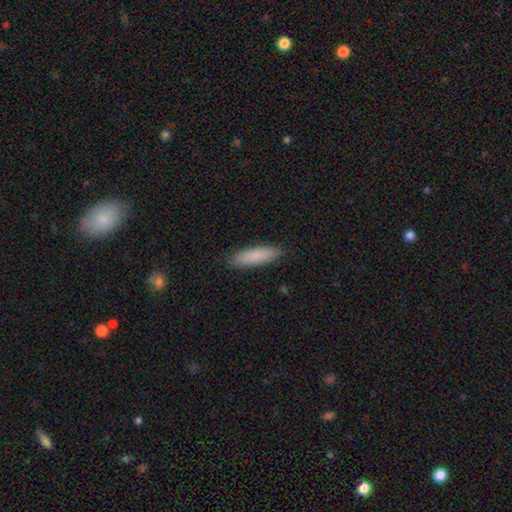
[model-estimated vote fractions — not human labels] A smooth galaxy with no disk features (86%) that is cigar-shaped (68%). Merging: none (90%).